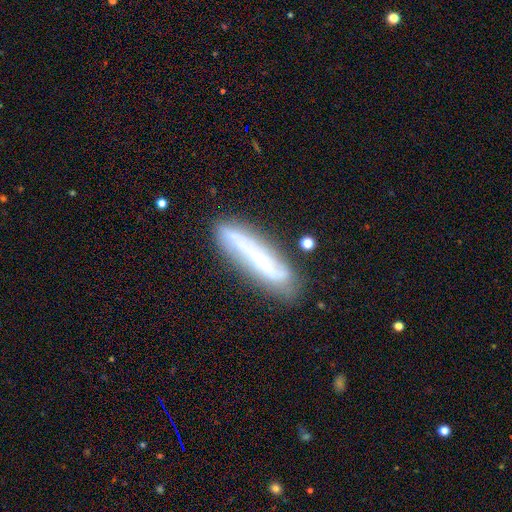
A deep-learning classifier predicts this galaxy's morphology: featured or disk 56%, smooth 35%, star or artifact 9%. Down the decision tree: edge-on disk — yes (54%); merging — none (75%).